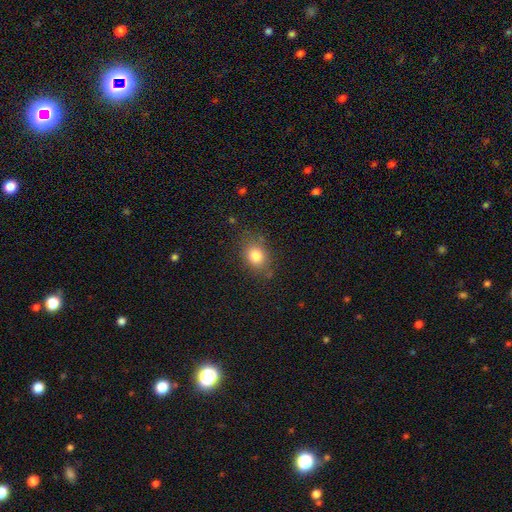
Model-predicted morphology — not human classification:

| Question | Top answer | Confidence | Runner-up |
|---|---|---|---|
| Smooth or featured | smooth | 81% | star or artifact (11%) |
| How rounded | in between | 53% | round (45%) |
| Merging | none | 76% | minor disturbance (17%) |